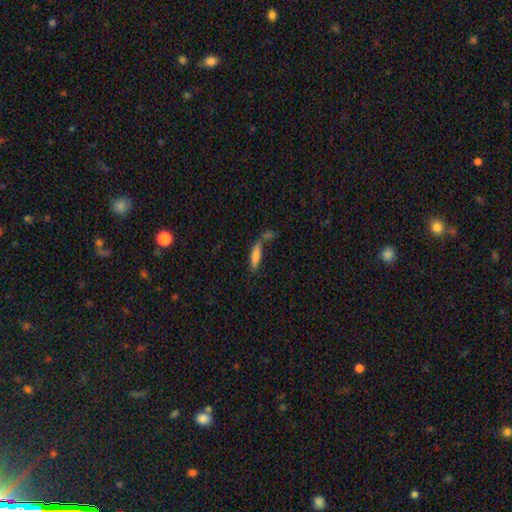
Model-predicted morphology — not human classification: type=smooth (75%); roundness=cigar-shaped (62%); merging=none (42%).